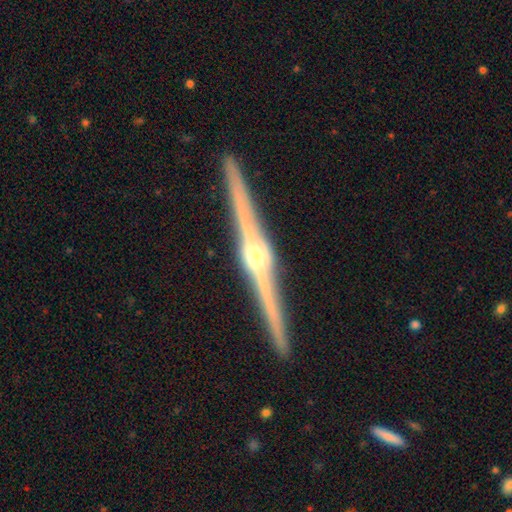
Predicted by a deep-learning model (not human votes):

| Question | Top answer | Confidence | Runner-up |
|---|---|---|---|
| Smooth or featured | featured or disk | 91% | smooth (5%) |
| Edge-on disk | yes | 99% | no (1%) |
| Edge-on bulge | rounded | 87% | boxy (9%) |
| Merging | none | 93% | minor disturbance (5%) |